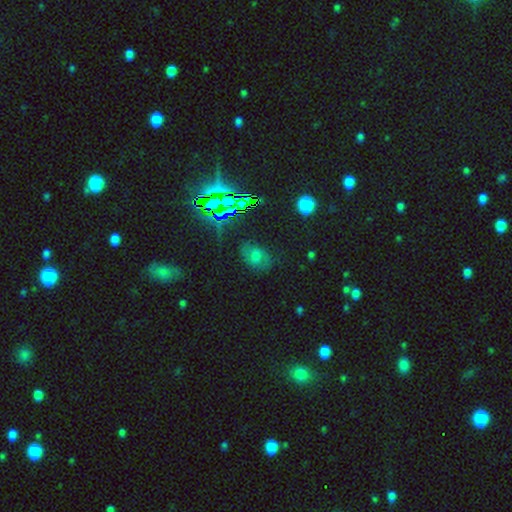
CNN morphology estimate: smooth 38%, featured or disk 32%, star or artifact 30%. Down the decision tree: merging — none (71%).